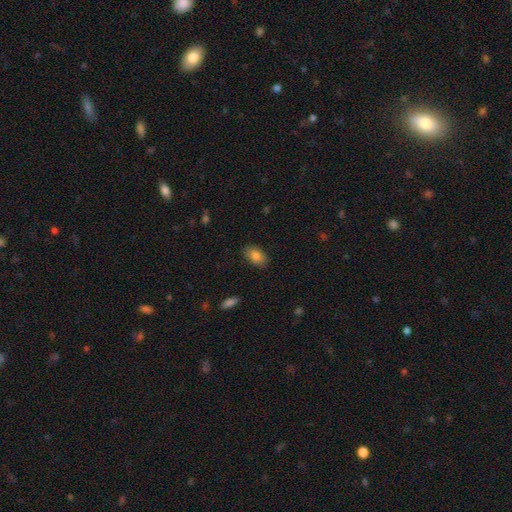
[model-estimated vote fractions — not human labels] The model was most divided on "merging": none: 86%, minor disturbance: 11%, major disturbance: 3%, merger: 1%. More confident: how rounded — in between (89%); smooth or featured — smooth (84%).